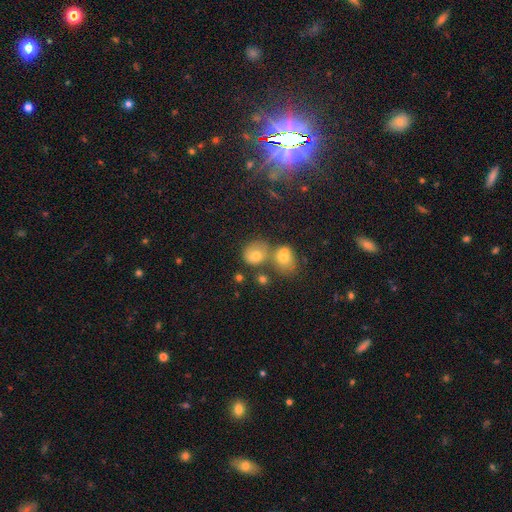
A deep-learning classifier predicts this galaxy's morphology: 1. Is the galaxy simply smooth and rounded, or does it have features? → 71% smooth, 16% featured or disk, 14% star or artifact.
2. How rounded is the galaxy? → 71% round, 28% in between, 1% cigar-shaped.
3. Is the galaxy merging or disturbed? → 43% merger, 40% none, 12% minor disturbance, 6% major disturbance.